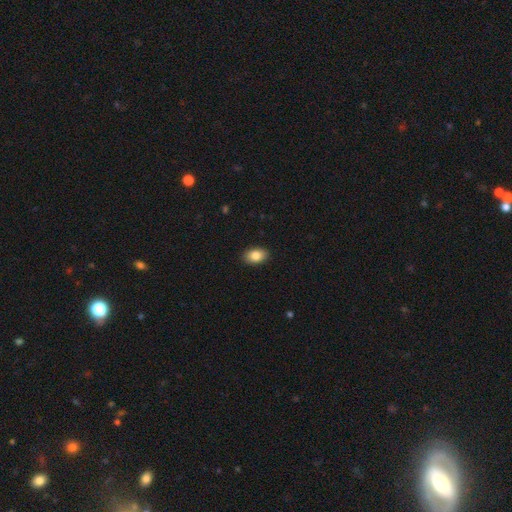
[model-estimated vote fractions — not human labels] A smooth galaxy with no disk features (85%) that is in between round and cigar-shaped (89%). Merging: none (90%).